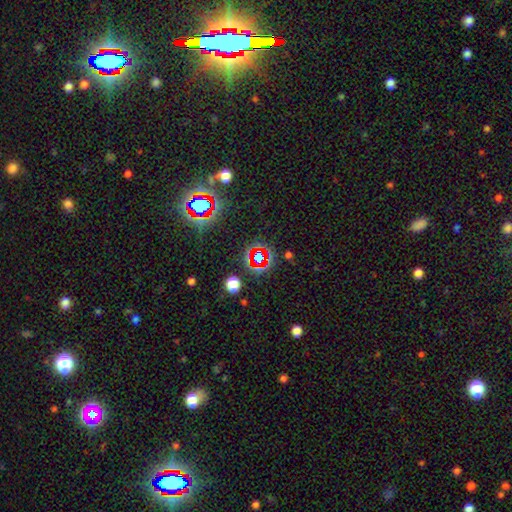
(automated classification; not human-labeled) Q: Smooth or featured?
A: star or artifact (68%); runner-up: smooth (19%)